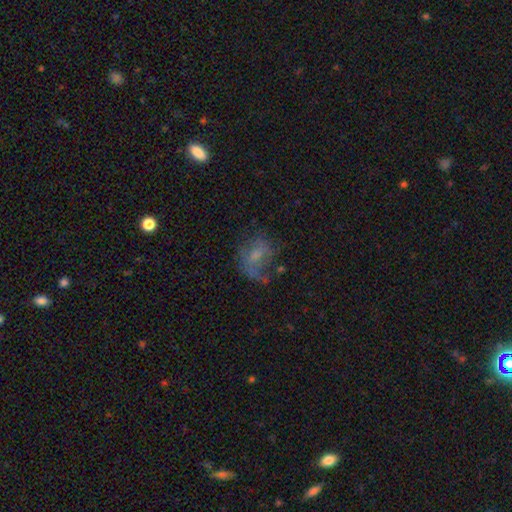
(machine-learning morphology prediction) Smooth or featured?
  - featured or disk: 45% *
  - smooth: 40%
  - star or artifact: 15%
Merging?
  - none: 39% *
  - major disturbance: 35%
  - minor disturbance: 22%
  - merger: 4%